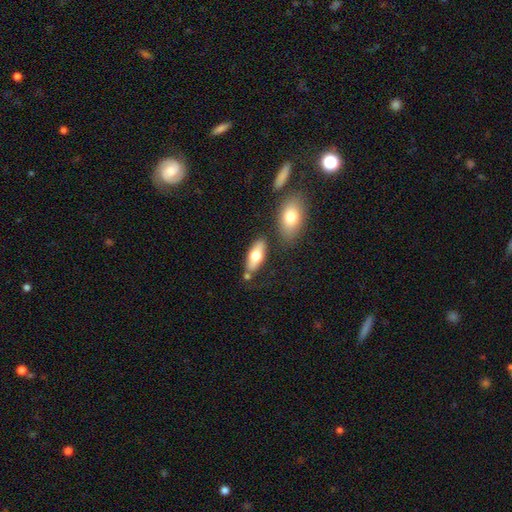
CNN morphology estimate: A smooth galaxy with no disk features (65%) that is in between round and cigar-shaped (75%). Merging: none (72%).